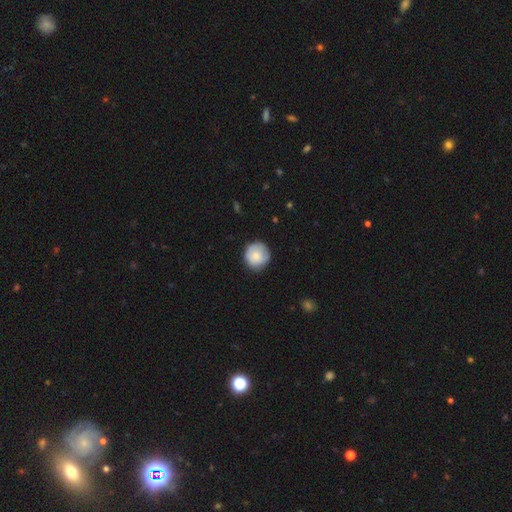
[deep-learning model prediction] The model was most divided on "smooth or featured": smooth: 78%, featured or disk: 16%, star or artifact: 6%. More confident: how rounded — round (94%); merging — none (81%).